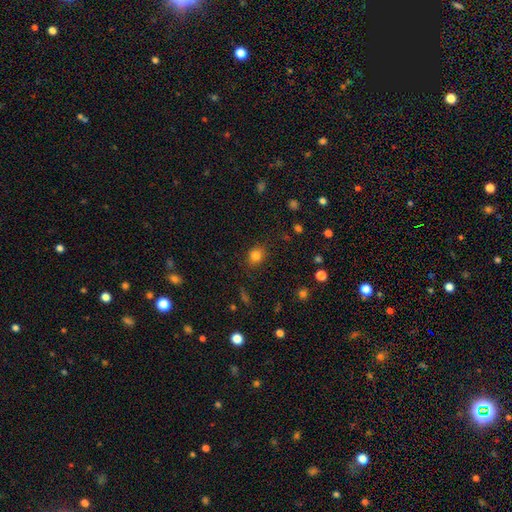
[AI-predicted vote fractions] Smooth or featured: smooth — 81% (star or artifact — 13%)
How rounded: round — 65% (in between — 34%)
Merging: none — 80% (minor disturbance — 14%)